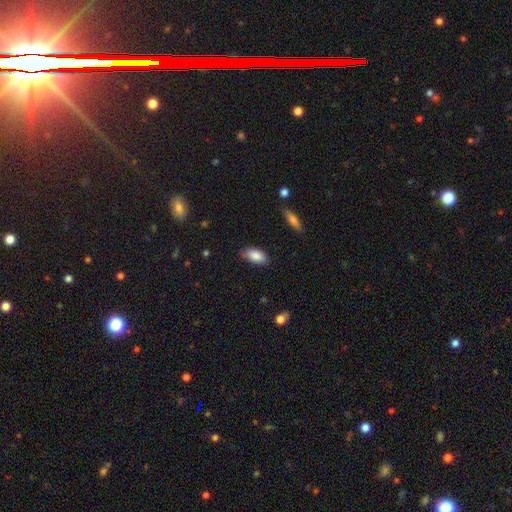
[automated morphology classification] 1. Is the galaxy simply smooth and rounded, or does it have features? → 86% smooth, 7% featured or disk, 7% star or artifact.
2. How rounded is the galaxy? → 91% in between, 6% cigar-shaped, 3% round.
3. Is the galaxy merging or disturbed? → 78% none, 17% minor disturbance, 3% major disturbance, 1% merger.